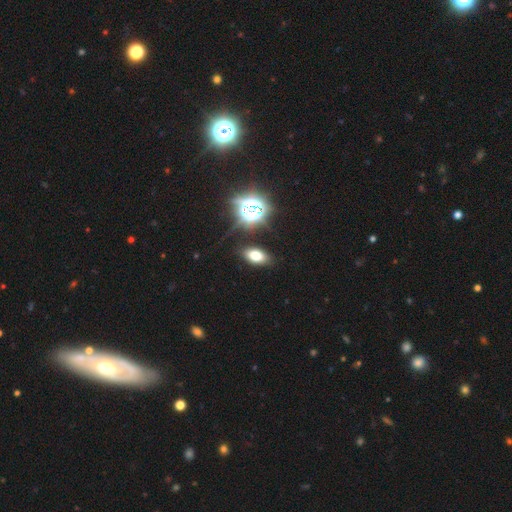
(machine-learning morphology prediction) Smooth or featured? smooth (65%)
How rounded? in between (88%)
Merging? none (86%)